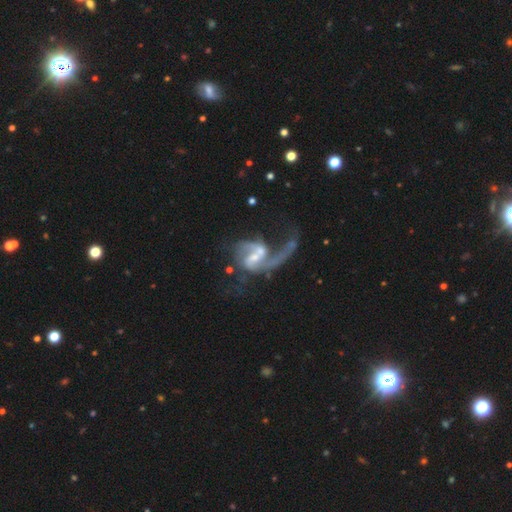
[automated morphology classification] smooth-or-featured: featured or disk: 82% | smooth: 11% | star or artifact: 6%
  disk-edge-on: no: 97% | yes: 3%
    bar: weak: 48% | no: 37% | strong: 15%
    has-spiral-arms: yes: 89% | no: 11%
      spiral-winding: loose: 63% | medium: 29% | tight: 8%
      spiral-arm-count: 2: 47% | 1: 42% | can't tell: 7% | 3: 2% | 4: 1% | more than 4: 1%
    bulge-size: moderate: 46% | small: 39% | none: 8% | large: 6% | dominant: 1%
  merging: merger: 37% | major disturbance: 35% | none: 19% | minor disturbance: 9%